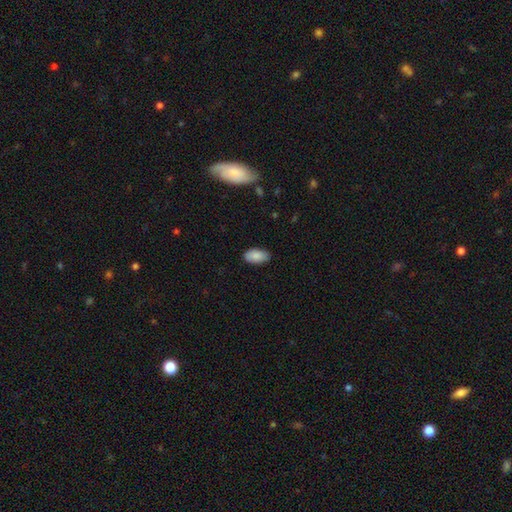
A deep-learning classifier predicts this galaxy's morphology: smooth-or-featured: smooth: 86% | featured or disk: 7% | star or artifact: 7%
  how-rounded: in between: 95% | round: 3% | cigar-shaped: 2%
  merging: none: 84% | minor disturbance: 12% | major disturbance: 2% | merger: 1%